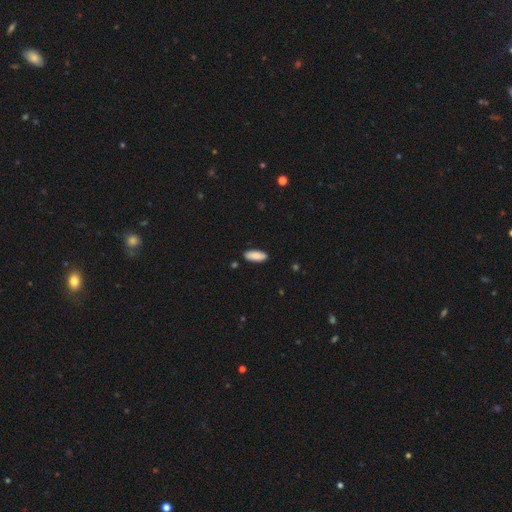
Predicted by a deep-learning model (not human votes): The model was most divided on "how rounded": in between: 74%, cigar-shaped: 24%, round: 2%. More confident: smooth or featured — smooth (88%); merging — none (87%).